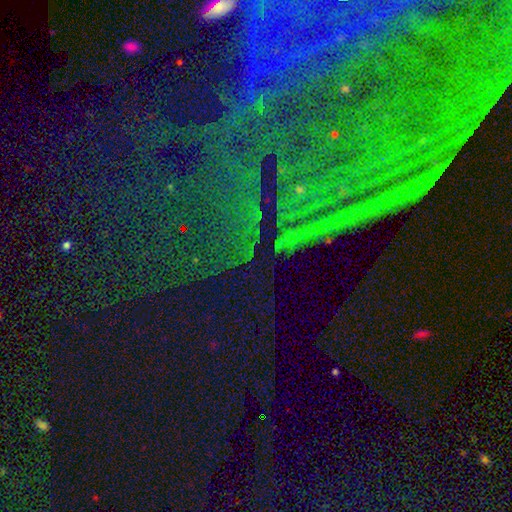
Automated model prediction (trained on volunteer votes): This is clearly a star or artifact rather than a galaxy (82%).